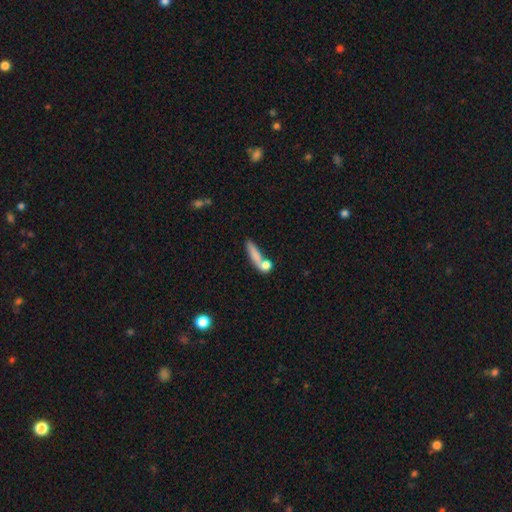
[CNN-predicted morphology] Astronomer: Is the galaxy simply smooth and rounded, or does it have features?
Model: smooth — 73%.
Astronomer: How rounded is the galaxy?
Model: cigar-shaped — 64%.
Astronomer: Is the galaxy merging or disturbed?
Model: none — 45% (runner-up: merger, 31%).